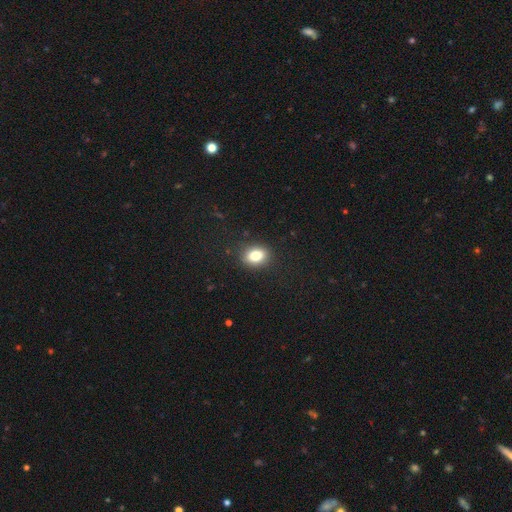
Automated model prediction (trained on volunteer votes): A smooth galaxy with no disk features (82%) that is in between round and cigar-shaped (61%). Merging: none (88%).